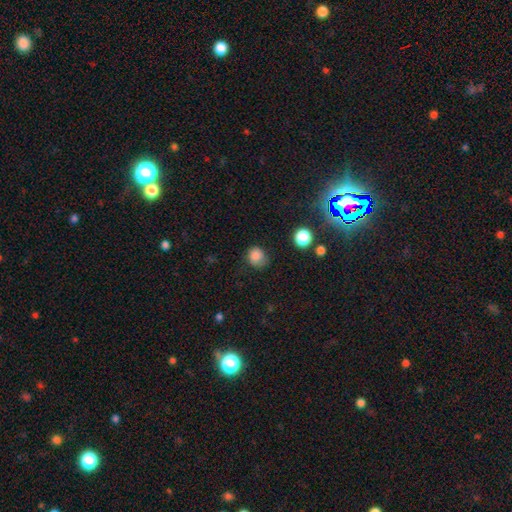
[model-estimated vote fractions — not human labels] Smooth or featured?
  - smooth: 82% *
  - star or artifact: 11%
  - featured or disk: 7%
How rounded?
  - round: 77% *
  - in between: 22%
  - cigar-shaped: 1%
Merging?
  - none: 62% *
  - minor disturbance: 27%
  - major disturbance: 9%
  - merger: 2%